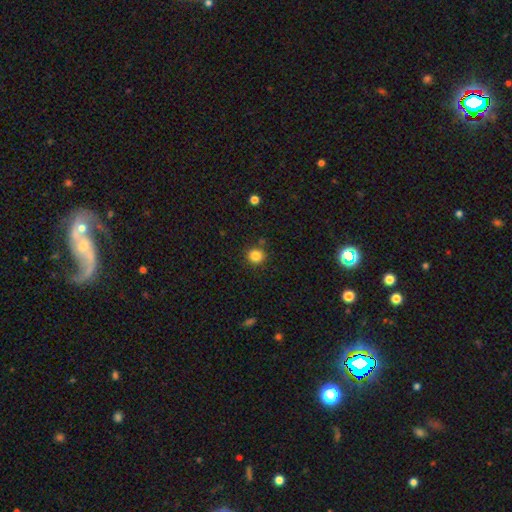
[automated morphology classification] A smooth galaxy with no disk features (84%) that is round (88%).

Vote fractions:
- Smooth or featured? smooth: 84% / star or artifact: 12% / featured or disk: 4%
- How rounded? round: 88% / in between: 12% / cigar-shaped: 1%
- Merging? none: 87% / minor disturbance: 7% / merger: 3% / major disturbance: 2%